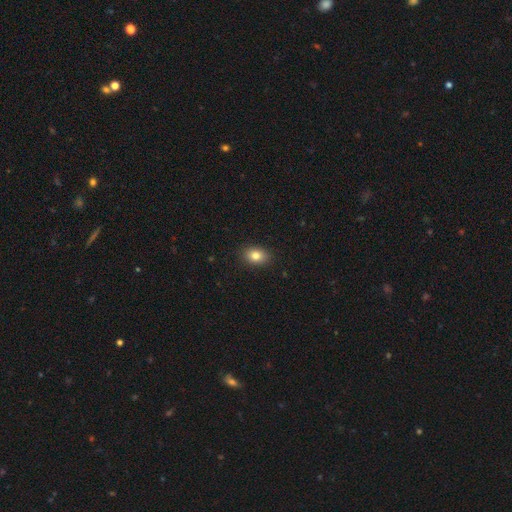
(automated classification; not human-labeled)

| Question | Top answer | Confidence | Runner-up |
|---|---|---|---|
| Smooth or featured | smooth | 82% | star or artifact (10%) |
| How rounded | in between | 76% | round (22%) |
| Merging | none | 89% | minor disturbance (8%) |